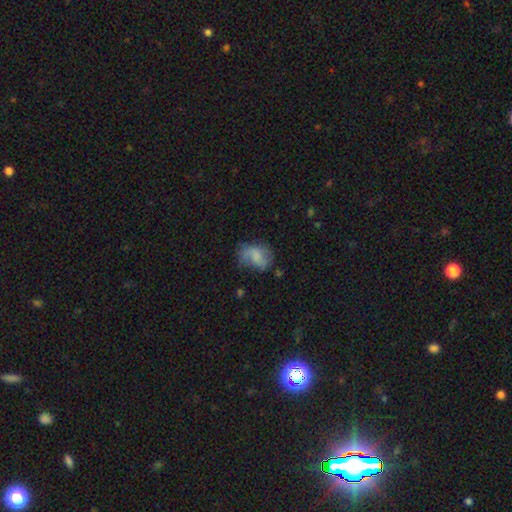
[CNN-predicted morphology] Smooth or featured: smooth — 59% (featured or disk — 31%)
How rounded: in between — 71% (round — 27%)
Merging: none — 40% (minor disturbance — 30%)